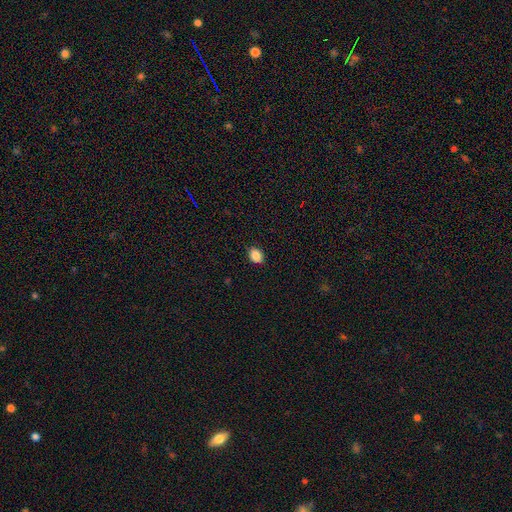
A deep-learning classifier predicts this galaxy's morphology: type=smooth (88%); roundness=in between (70%); merging=none (89%).